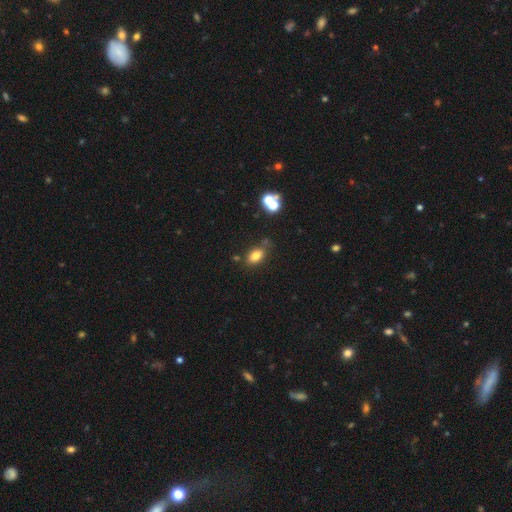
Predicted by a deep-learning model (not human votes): Smooth or featured? Predicted: smooth (p=0.79). How rounded? Predicted: in between (p=0.85). Merging? Predicted: none (p=0.71).